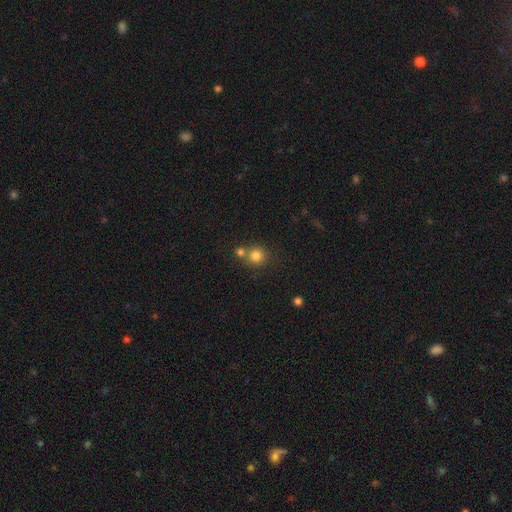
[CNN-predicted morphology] This is clearly a smooth galaxy (80%). How rounded: clearly round (90%). Merging: possibly none (59%).